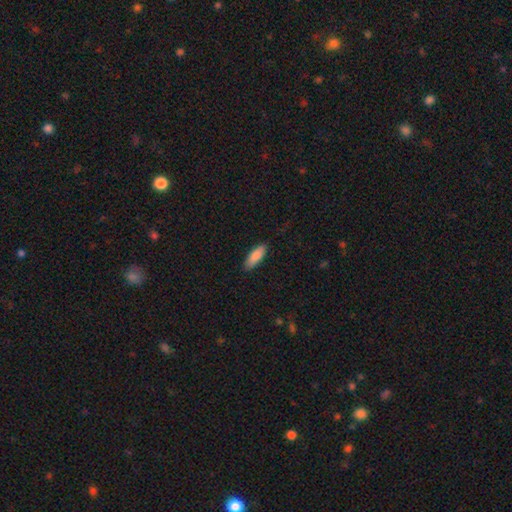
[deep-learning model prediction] This appears to be a smooth galaxy with no disk features (87%) that is in between round and cigar-shaped (65%). Merging: none (87%).